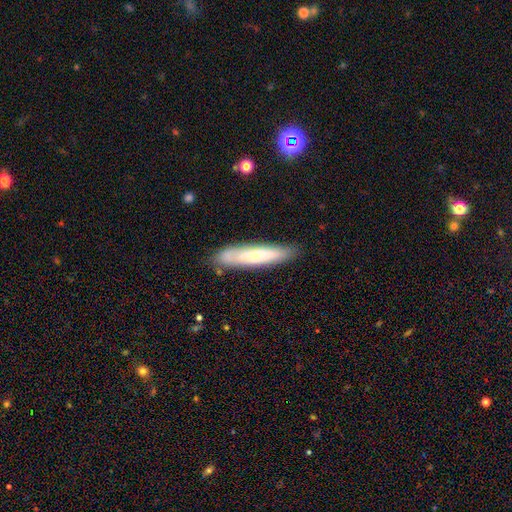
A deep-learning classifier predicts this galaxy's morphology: A smooth galaxy with no disk features (55%) that is cigar-shaped (85%). Merging: none (80%).